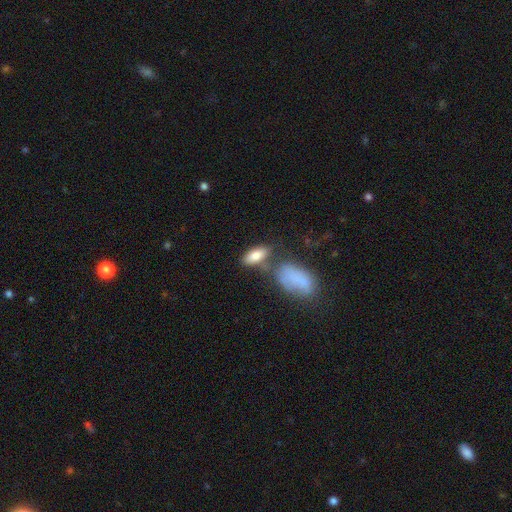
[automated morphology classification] A smooth galaxy with no disk features (80%) that is in between round and cigar-shaped (84%).

Vote fractions:
- Smooth or featured? smooth: 80% / featured or disk: 12% / star or artifact: 7%
- How rounded? in between: 84% / cigar-shaped: 13% / round: 3%
- Merging? none: 55% / merger: 22% / minor disturbance: 16% / major disturbance: 7%